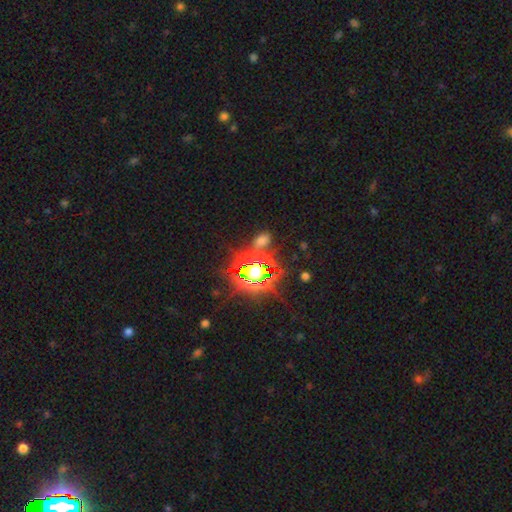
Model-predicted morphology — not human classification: Smooth or featured?
  - star or artifact: 80% *
  - smooth: 14%
  - featured or disk: 7%